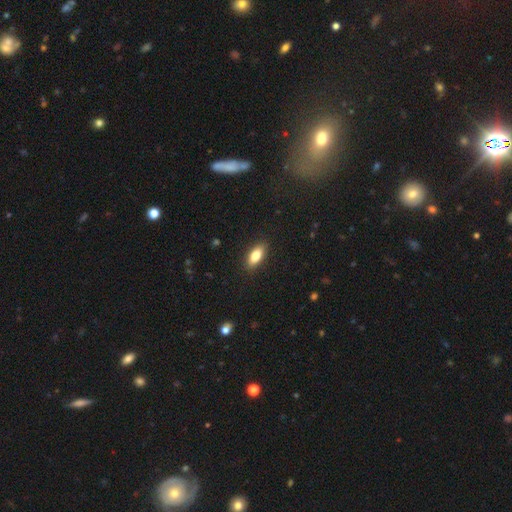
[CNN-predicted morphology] Smooth or featured? Predicted: smooth (p=0.81). How rounded? Predicted: in between (p=0.80). Merging? Predicted: none (p=0.89).